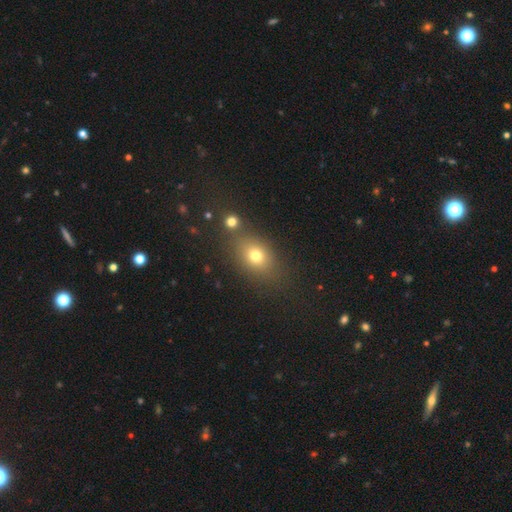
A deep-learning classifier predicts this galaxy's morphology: Overall: smooth (73%). How rounded: in between (61%; round 36%). Merging: none (69%).